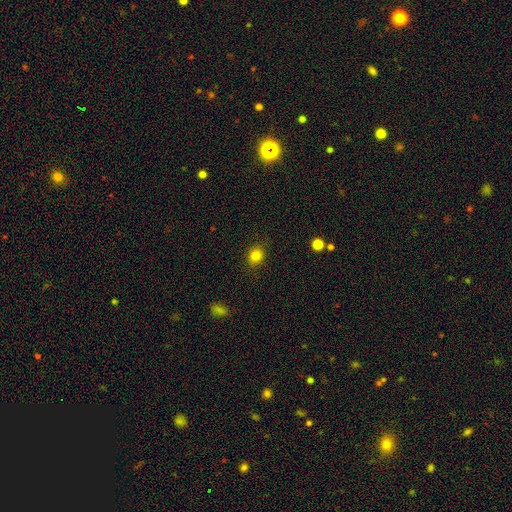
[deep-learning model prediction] smooth_or_featured: smooth (p=0.82) [alt: star or artifact p=0.12]
how_rounded: round (p=0.73) [alt: in between p=0.26]
merging: none (p=0.88) [alt: minor disturbance p=0.08]